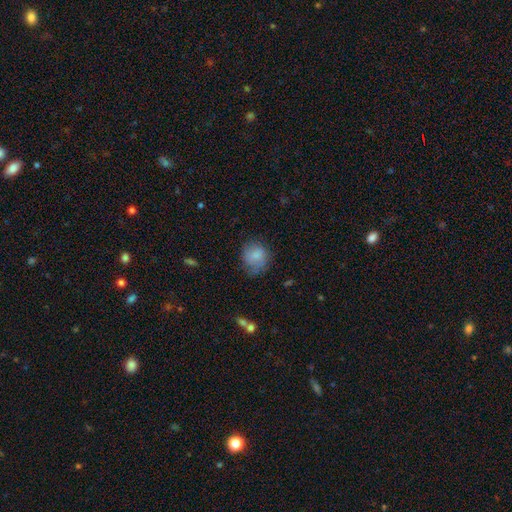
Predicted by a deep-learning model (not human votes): Overall: smooth (79%). How rounded: round (76%). Merging: none (60%; minor disturbance 28%).